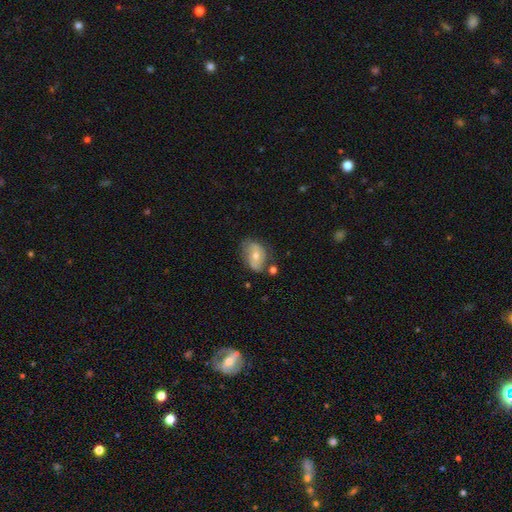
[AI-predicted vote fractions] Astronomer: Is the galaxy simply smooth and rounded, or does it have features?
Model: featured or disk — 48% (runner-up: smooth, 42%).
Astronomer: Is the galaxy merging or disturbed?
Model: none — 60%.